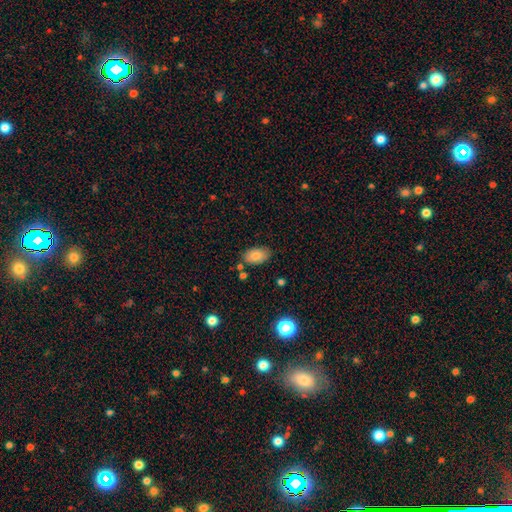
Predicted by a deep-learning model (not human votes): This is clearly a smooth galaxy (82%). How rounded: clearly in between (92%). Merging: likely none (79%).